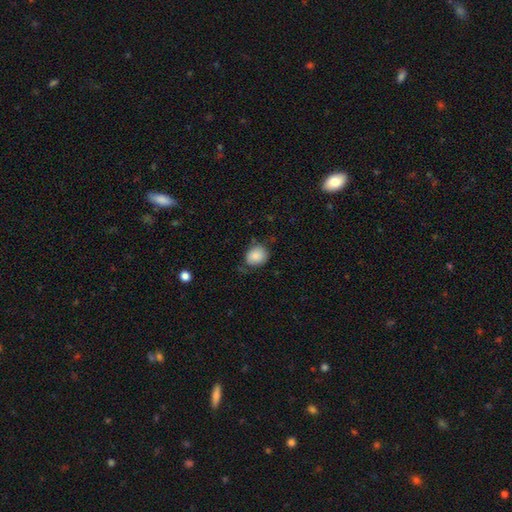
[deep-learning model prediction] Overall: smooth (85%). How rounded: round (56%; in between 43%). Merging: none (65%; minor disturbance 26%).